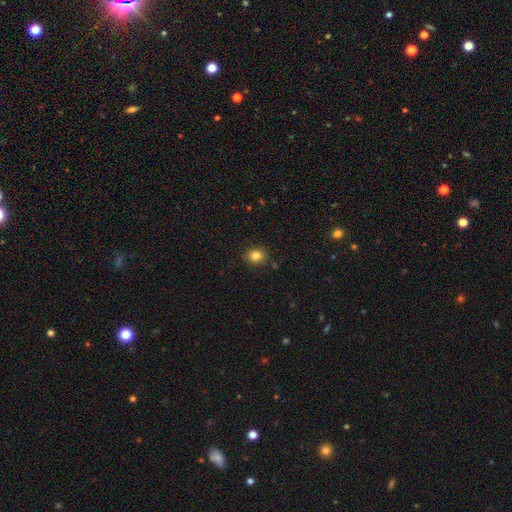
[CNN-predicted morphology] smooth-or-featured: smooth: 83% | star or artifact: 12% | featured or disk: 6%
  how-rounded: round: 78% | in between: 22% | cigar-shaped: 1%
  merging: none: 89% | minor disturbance: 7% | major disturbance: 2% | merger: 1%